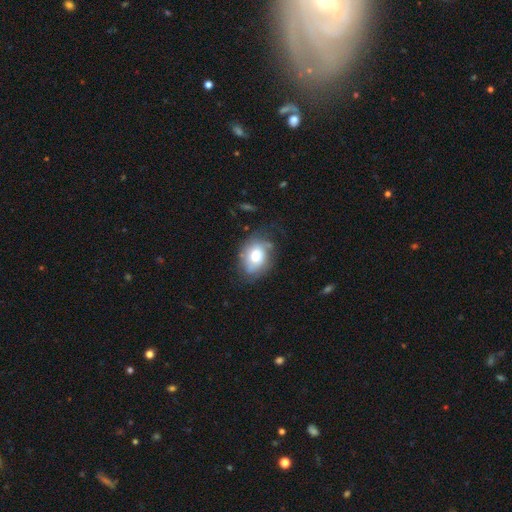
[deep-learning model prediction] This is likely a smooth galaxy (67%). How rounded: likely in between (65%). Merging: possibly none (57%).